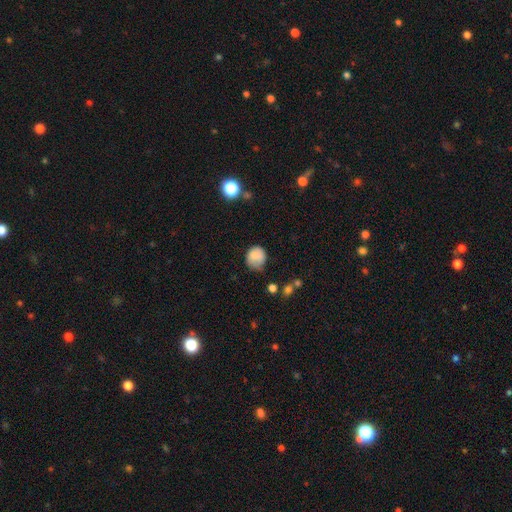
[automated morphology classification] smooth 79%, featured or disk 13%, star or artifact 9%. Down the decision tree: how rounded — round (74%); merging — none (57%).